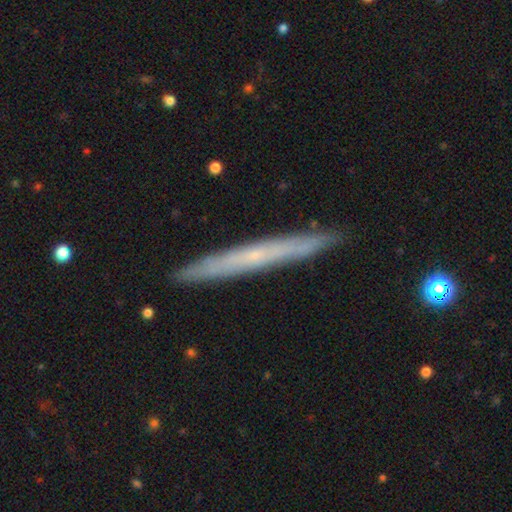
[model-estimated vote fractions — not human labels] Smooth or featured? featured or disk (60%)
Edge-on disk? yes (93%)
Edge-on bulge? none (70%)
Merging? none (90%)